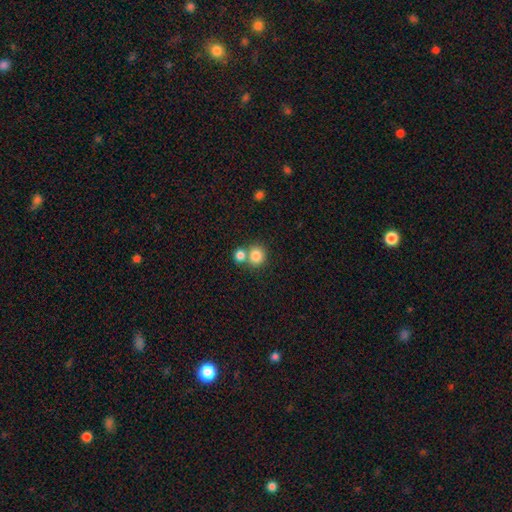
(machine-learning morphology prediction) smooth-or-featured: smooth: 83% | star or artifact: 10% | featured or disk: 7%
  how-rounded: round: 83% | in between: 16% | cigar-shaped: 1%
  merging: none: 52% | merger: 39% | minor disturbance: 7% | major disturbance: 3%